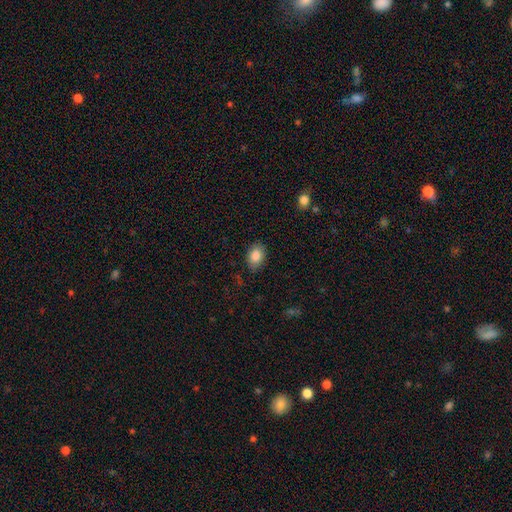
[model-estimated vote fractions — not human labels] smooth 85%, star or artifact 8%, featured or disk 7%. Down the decision tree: how rounded — in between (83%); merging — none (84%).